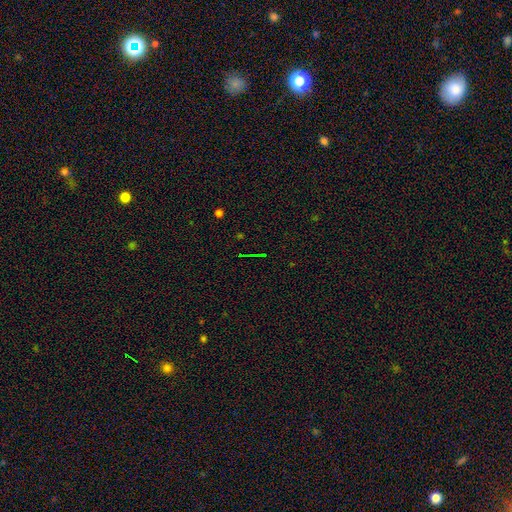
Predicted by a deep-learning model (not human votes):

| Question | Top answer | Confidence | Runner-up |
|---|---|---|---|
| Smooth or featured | star or artifact | 74% | featured or disk (13%) |